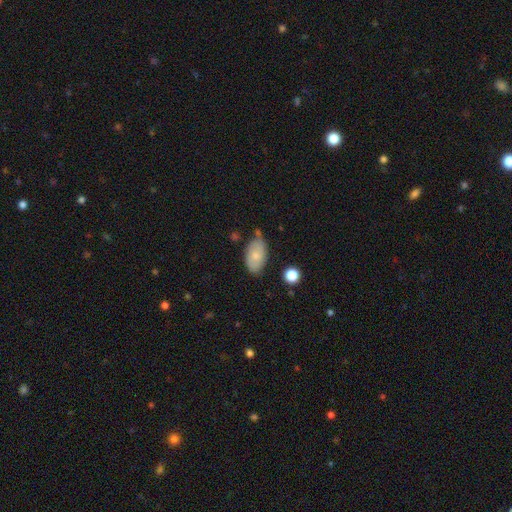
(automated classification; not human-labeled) smooth-or-featured: smooth: 71% | featured or disk: 22% | star or artifact: 7%
  how-rounded: in between: 93% | round: 5% | cigar-shaped: 2%
  merging: none: 64% | minor disturbance: 25% | merger: 6% | major disturbance: 5%